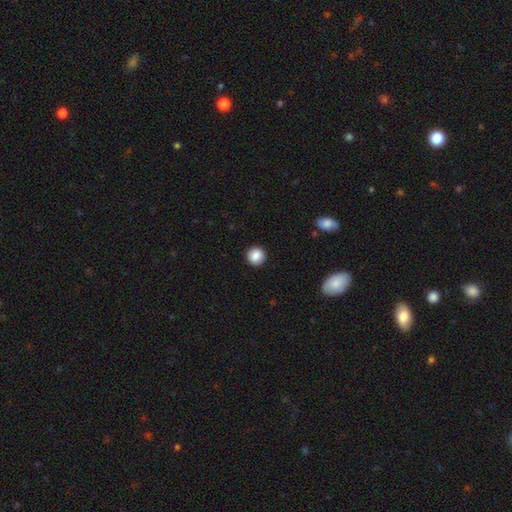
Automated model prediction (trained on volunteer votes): This appears to be a smooth galaxy with no disk features (88%) that is round (94%). Merging: none (92%).